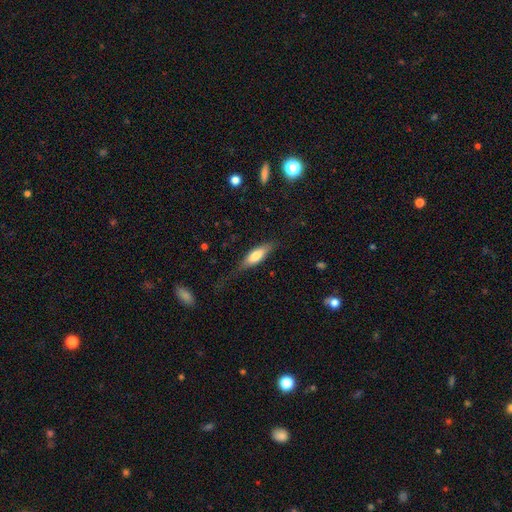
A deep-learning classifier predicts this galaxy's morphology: The model was most divided on "how rounded": in between: 53%, cigar-shaped: 45%, round: 2%. More confident: smooth or featured — smooth (70%); merging — none (59%).